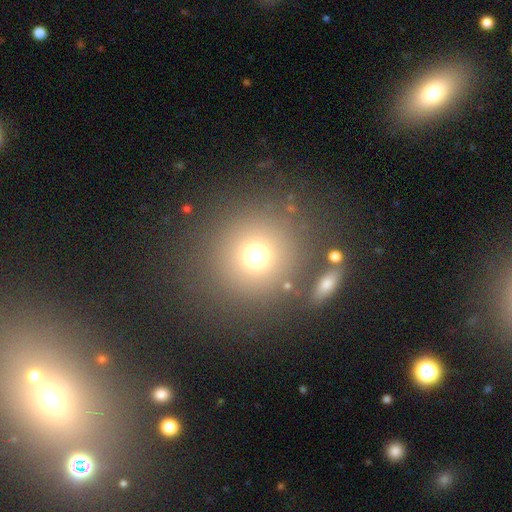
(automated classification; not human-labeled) smooth_or_featured: smooth (p=0.71) [alt: star or artifact p=0.17]
how_rounded: round (p=0.93) [alt: in between p=0.06]
merging: none (p=0.78) [alt: merger p=0.08]